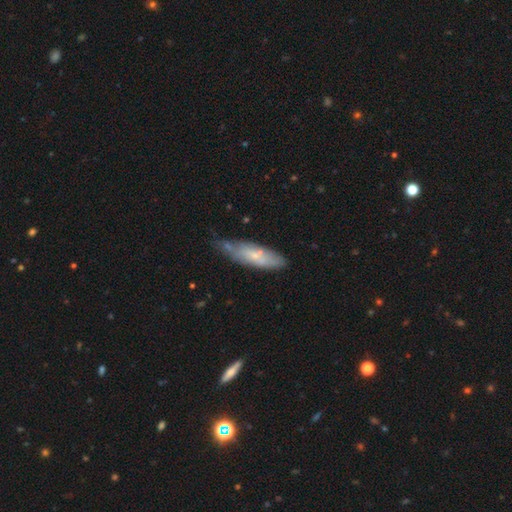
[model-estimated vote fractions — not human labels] Smooth or featured: smooth — 53% (featured or disk — 41%)
How rounded: cigar-shaped — 55% (in between — 43%)
Merging: none — 55% (minor disturbance — 31%)